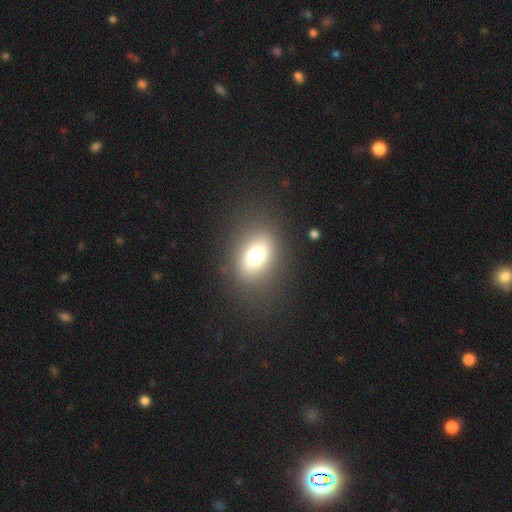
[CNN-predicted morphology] Smooth or featured? smooth (72%)
How rounded? in between (71%)
Merging? none (81%)